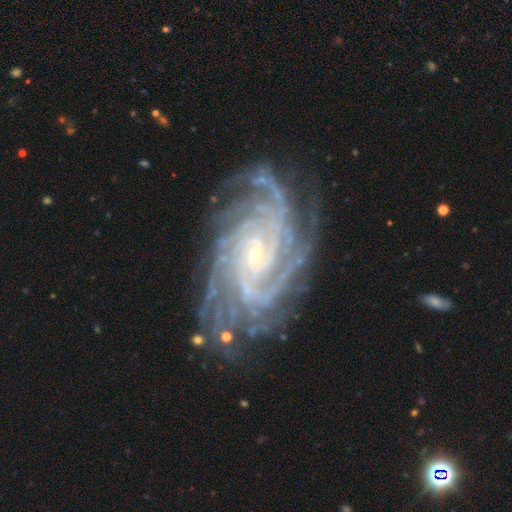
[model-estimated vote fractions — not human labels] Smooth or featured? featured or disk (93%)
Edge-on disk? no (97%)
Bar? no (52%)
Spiral arms? yes (99%)
Spiral winding? tight (77%)
Spiral arm count? more than 4 (33%)
Bulge size? small (83%)
Merging? none (78%)